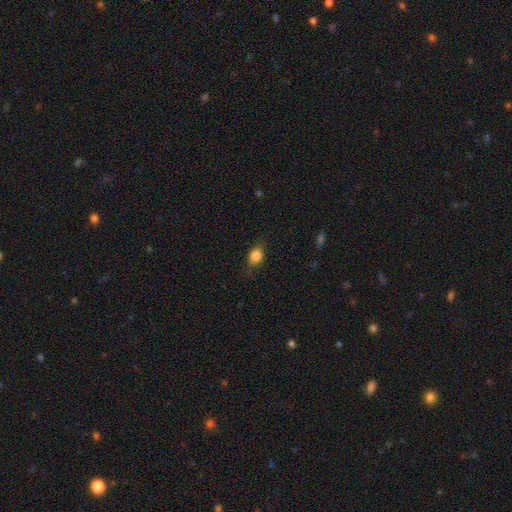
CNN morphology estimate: A smooth galaxy with no disk features (84%) that is in between round and cigar-shaped (63%).

Vote fractions:
- Smooth or featured? smooth: 84% / star or artifact: 9% / featured or disk: 7%
- How rounded? in between: 63% / round: 35% / cigar-shaped: 3%
- Merging? none: 75% / minor disturbance: 19% / major disturbance: 5% / merger: 1%